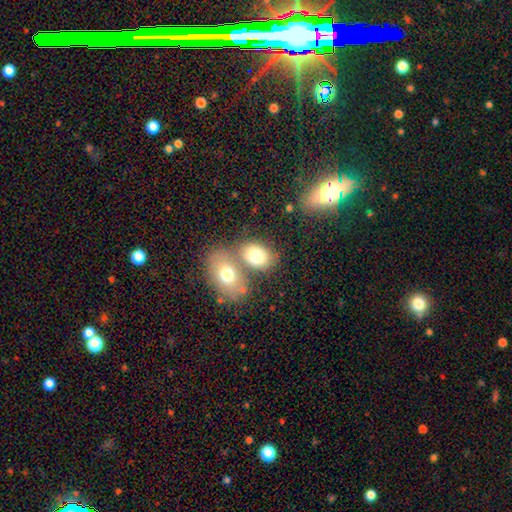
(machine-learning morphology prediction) The model was most divided on "merging": none: 43%, merger: 42%, minor disturbance: 11%, major disturbance: 5%. More confident: smooth or featured — smooth (76%); how rounded — in between (73%).